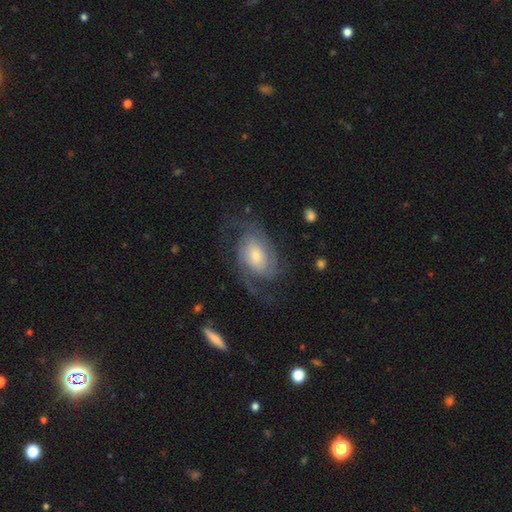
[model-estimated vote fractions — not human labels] Smooth or featured? Predicted: featured or disk (p=0.84). Edge-on disk? Predicted: no (p=0.97). Bar? Predicted: no (p=0.57). Spiral arms? Predicted: yes (p=0.96). Spiral winding? Predicted: medium (p=0.47). Spiral arm count? Predicted: 2 (p=0.66). Bulge size? Predicted: moderate (p=0.42). Merging? Predicted: none (p=0.66).